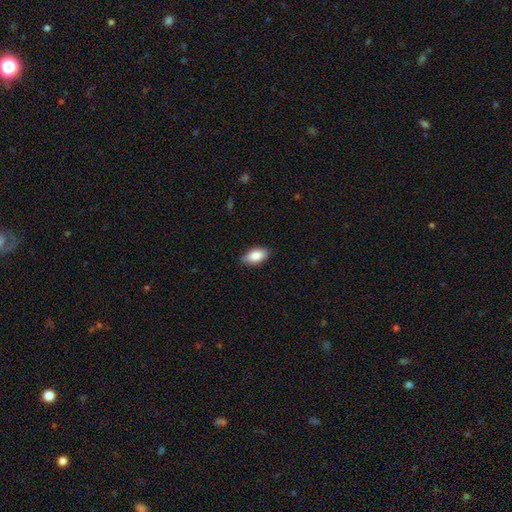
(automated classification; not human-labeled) smooth_or_featured: smooth (p=0.85) [alt: featured or disk p=0.09]
how_rounded: in between (p=0.92) [alt: cigar-shaped p=0.04]
merging: none (p=0.85) [alt: minor disturbance p=0.12]